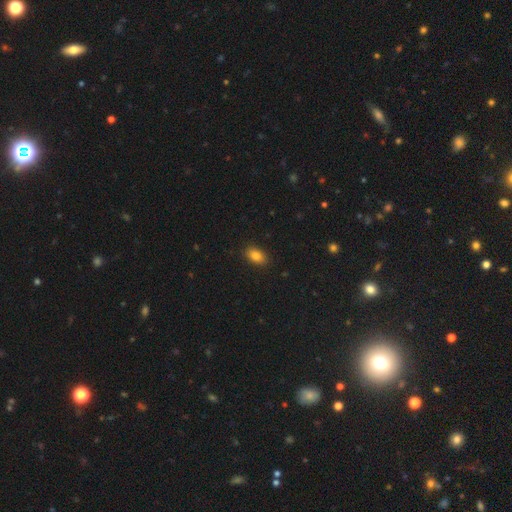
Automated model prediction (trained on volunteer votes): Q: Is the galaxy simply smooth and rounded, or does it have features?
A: smooth — 84%.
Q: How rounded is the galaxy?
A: in between — 87%.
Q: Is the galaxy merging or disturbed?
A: none — 88%.